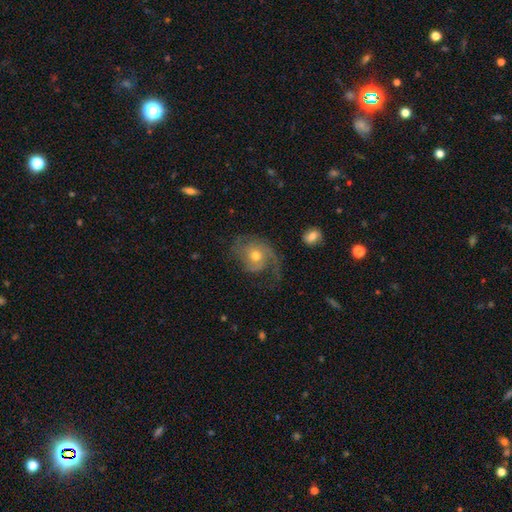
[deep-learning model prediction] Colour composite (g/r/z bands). It shows a featured or disk galaxy (79%) with no bar (74%), 2 (36%) medium (43%) spiral arms (94%) and a moderate central bulge (62%). Merging: none (55%).